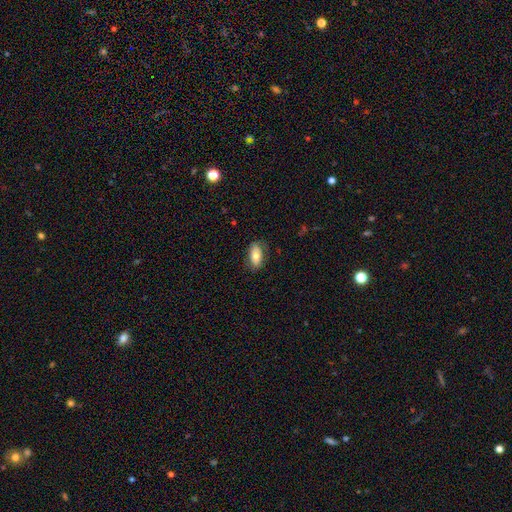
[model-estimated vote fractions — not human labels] A smooth galaxy with no disk features (74%) that is in between round and cigar-shaped (90%).

Vote fractions:
- Smooth or featured? smooth: 74% / featured or disk: 19% / star or artifact: 7%
- How rounded? in between: 90% / cigar-shaped: 6% / round: 4%
- Merging? none: 76% / minor disturbance: 17% / major disturbance: 5% / merger: 1%